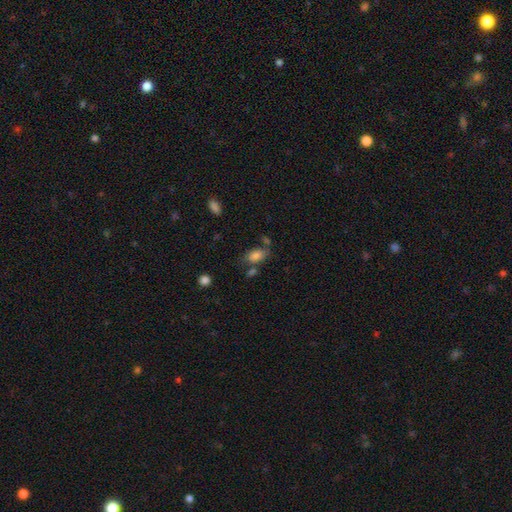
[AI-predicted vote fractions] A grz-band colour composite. It shows a smooth galaxy with no disk features (81%) that is in between round and cigar-shaped (90%). Merging: none (57%).